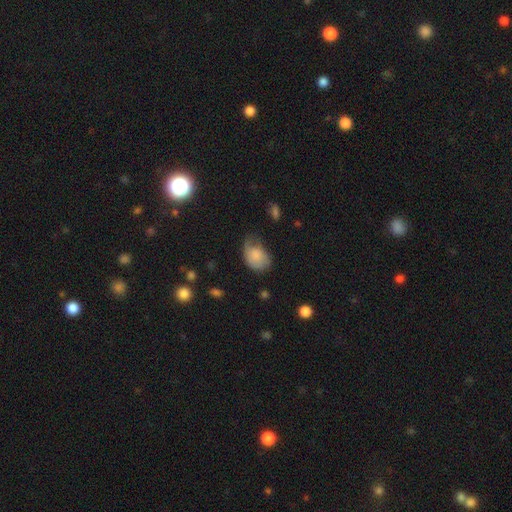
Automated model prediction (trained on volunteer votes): This appears to be a smooth galaxy with no disk features (73%) that is in between round and cigar-shaped (71%). Merging: minor disturbance (40%).